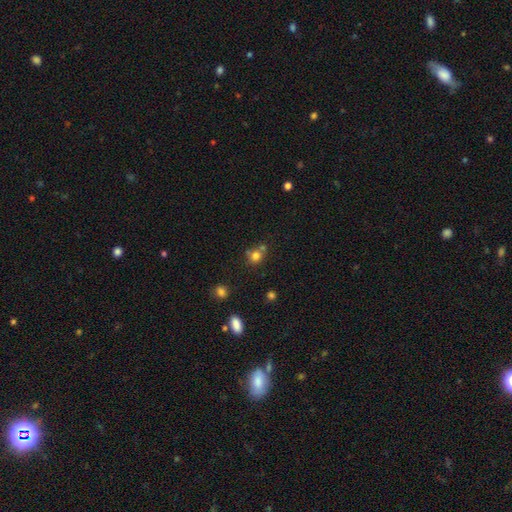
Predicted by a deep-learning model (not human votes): smooth-or-featured: smooth: 76% | star or artifact: 14% | featured or disk: 10%
  how-rounded: round: 80% | in between: 19% | cigar-shaped: 1%
  merging: none: 50% | merger: 34% | minor disturbance: 12% | major disturbance: 5%